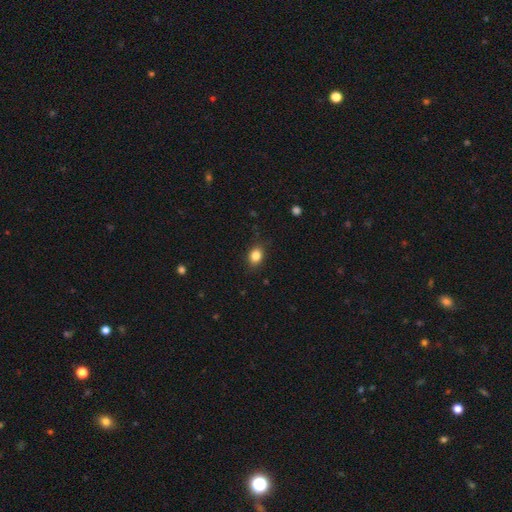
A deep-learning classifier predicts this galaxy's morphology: Smooth or featured: smooth — 85% (star or artifact — 10%)
How rounded: in between — 61% (round — 38%)
Merging: none — 84% (minor disturbance — 12%)